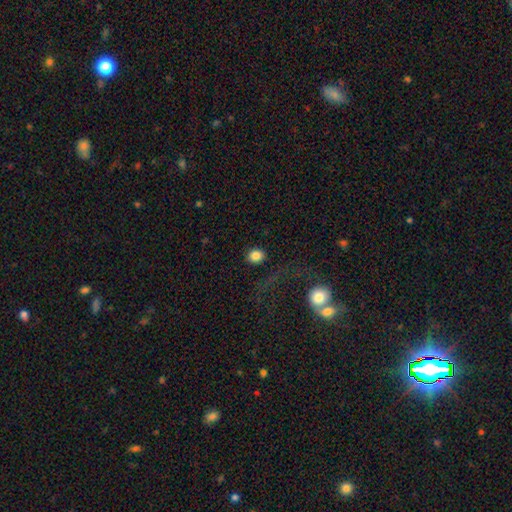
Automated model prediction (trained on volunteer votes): smooth_or_featured: smooth (p=0.84) [alt: star or artifact p=0.10]
how_rounded: round (p=0.72) [alt: in between p=0.27]
merging: none (p=0.85) [alt: minor disturbance p=0.08]